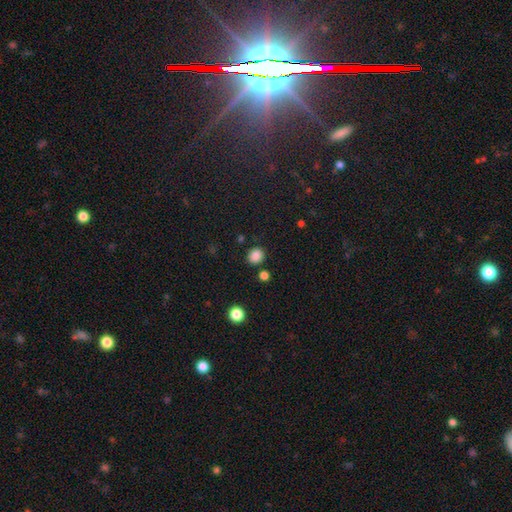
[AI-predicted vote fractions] Morphology: type=smooth (85%); roundness=round (72%); merging=none (85%).